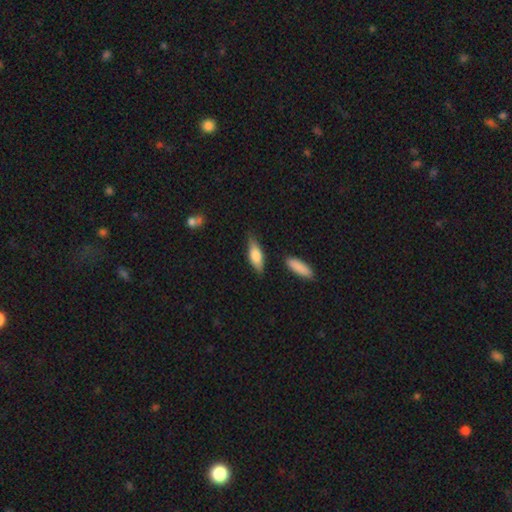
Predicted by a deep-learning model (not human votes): smooth-or-featured: smooth: 70% | featured or disk: 24% | star or artifact: 6%
  how-rounded: in between: 56% | cigar-shaped: 42% | round: 2%
  merging: none: 78% | minor disturbance: 15% | merger: 4% | major disturbance: 3%